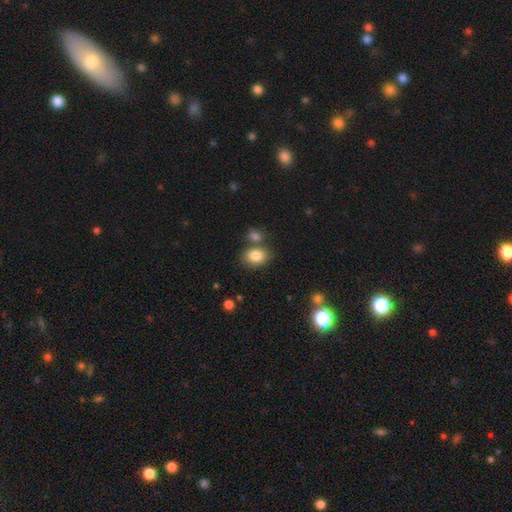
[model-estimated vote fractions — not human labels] smooth 84%, star or artifact 9%, featured or disk 7%. Down the decision tree: how rounded — in between (68%); merging — none (63%).